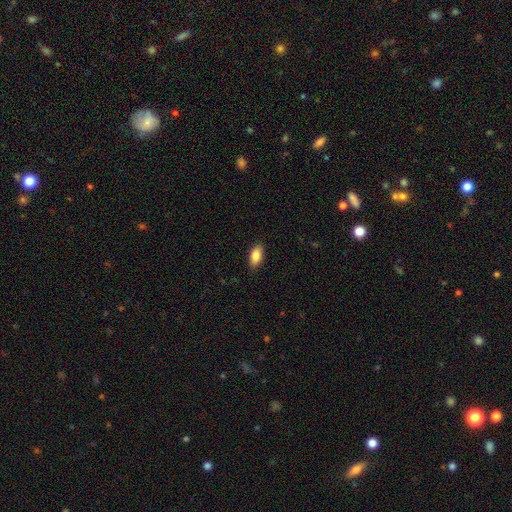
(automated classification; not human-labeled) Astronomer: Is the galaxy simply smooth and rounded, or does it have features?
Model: smooth — 86%.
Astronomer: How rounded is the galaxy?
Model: in between — 90%.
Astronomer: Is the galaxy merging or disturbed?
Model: none — 88%.